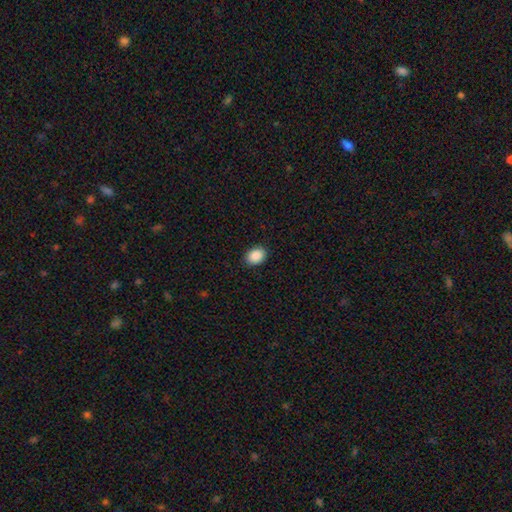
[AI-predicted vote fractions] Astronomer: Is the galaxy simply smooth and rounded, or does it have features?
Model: smooth — 90%.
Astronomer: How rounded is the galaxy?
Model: in between — 68%.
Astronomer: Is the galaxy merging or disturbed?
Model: none — 90%.